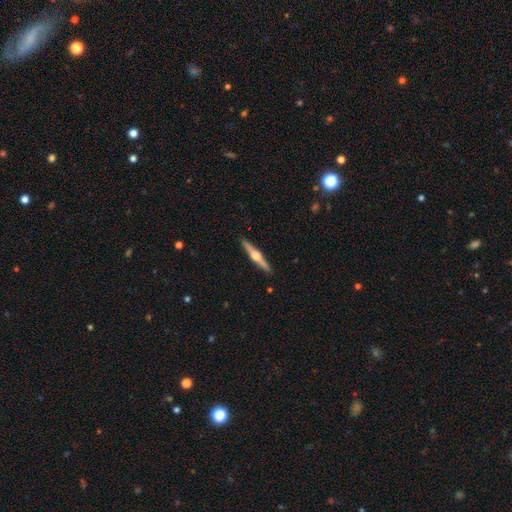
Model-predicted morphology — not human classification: smooth_or_featured: featured or disk (p=0.76) [alt: smooth p=0.19]
disk_edge_on: yes (p=0.98) [alt: no p=0.02]
edge_on_bulge: rounded (p=0.95) [alt: boxy p=0.03]
merging: none (p=0.91) [alt: minor disturbance p=0.06]